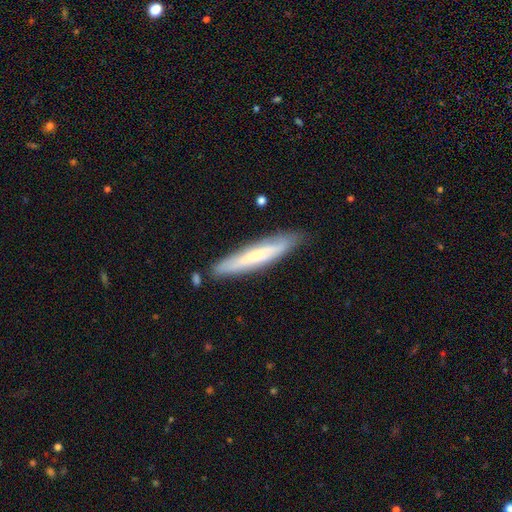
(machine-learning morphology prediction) This appears to be a smooth galaxy with no disk features (54%) that is cigar-shaped (90%). Merging: none (81%).